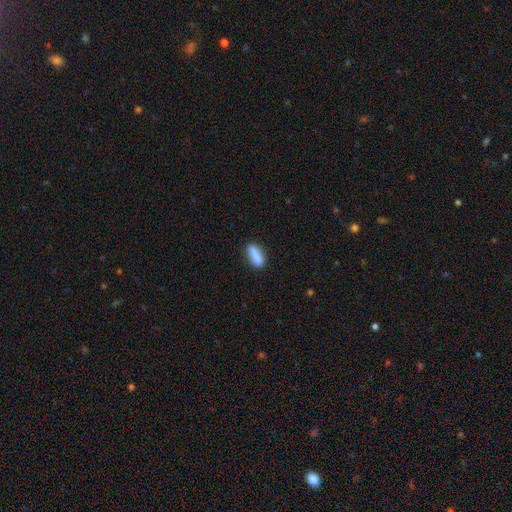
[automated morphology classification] This appears to be a smooth galaxy with no disk features (84%) that is in between round and cigar-shaped (63%). Merging: none (75%).